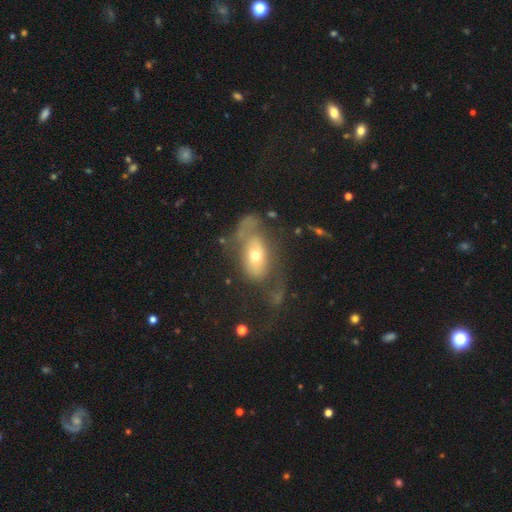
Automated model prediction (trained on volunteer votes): Q: Smooth or featured?
A: smooth (46%); runner-up: featured or disk (45%)
Q: Merging?
A: major disturbance (47%); runner-up: none (28%)